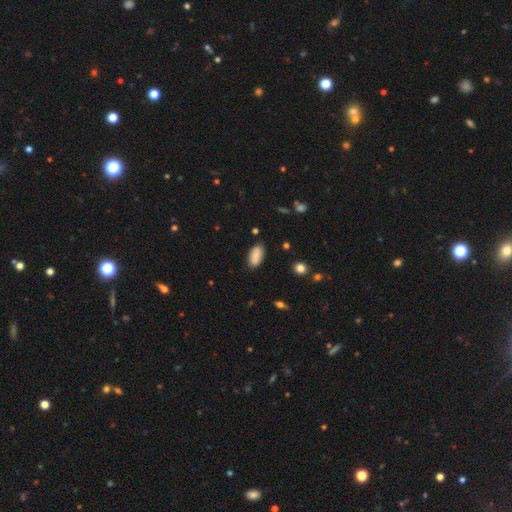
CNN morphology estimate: smooth-or-featured: smooth: 88% | star or artifact: 7% | featured or disk: 6%
  how-rounded: in between: 90% | cigar-shaped: 8% | round: 2%
  merging: none: 85% | minor disturbance: 11% | major disturbance: 2% | merger: 2%